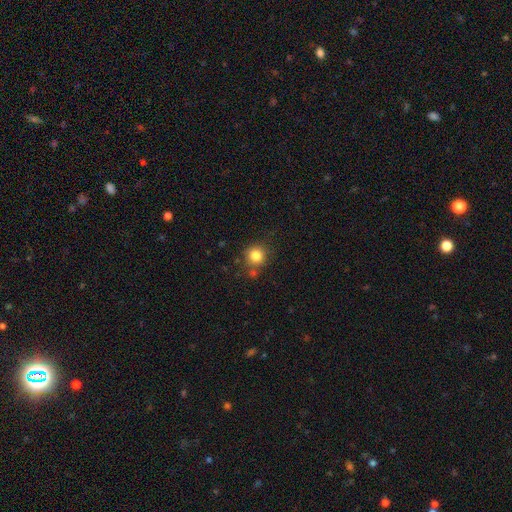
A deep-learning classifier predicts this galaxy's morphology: This appears to be a smooth galaxy with no disk features (83%) that is round (90%). Merging: none (75%).